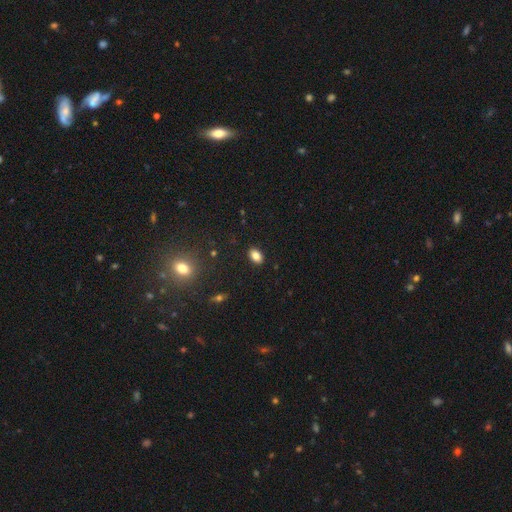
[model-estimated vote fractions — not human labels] A smooth galaxy with no disk features (83%) that is in between round and cigar-shaped (86%).

Vote fractions:
- Smooth or featured? smooth: 83% / star or artifact: 10% / featured or disk: 7%
- How rounded? in between: 86% / round: 12% / cigar-shaped: 2%
- Merging? none: 89% / minor disturbance: 8% / major disturbance: 2% / merger: 1%